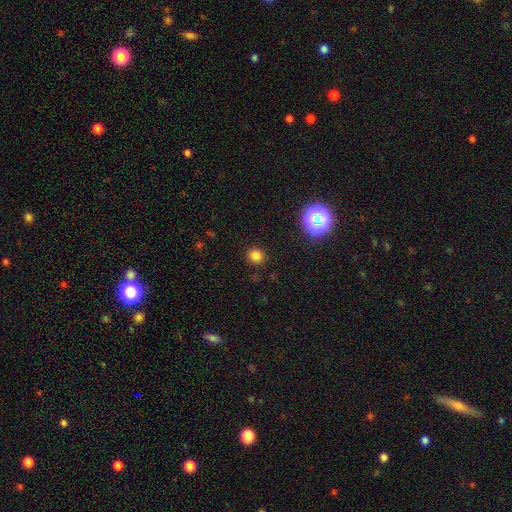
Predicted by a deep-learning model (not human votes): Morphology: type=smooth (79%); roundness=round (85%); merging=none (88%).